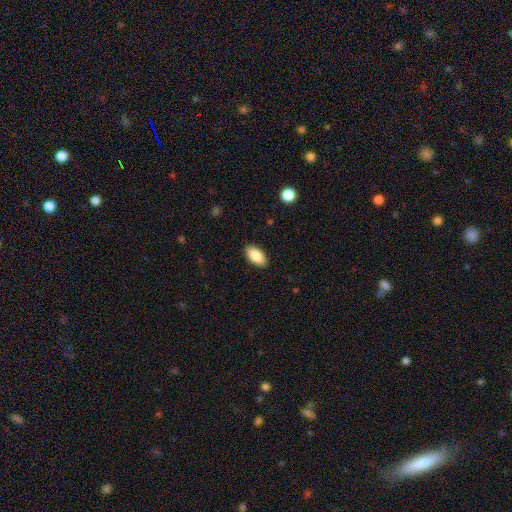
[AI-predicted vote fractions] smooth_or_featured: smooth (p=0.86) [alt: featured or disk p=0.08]
how_rounded: in between (p=0.94) [alt: cigar-shaped p=0.03]
merging: none (p=0.89) [alt: minor disturbance p=0.08]